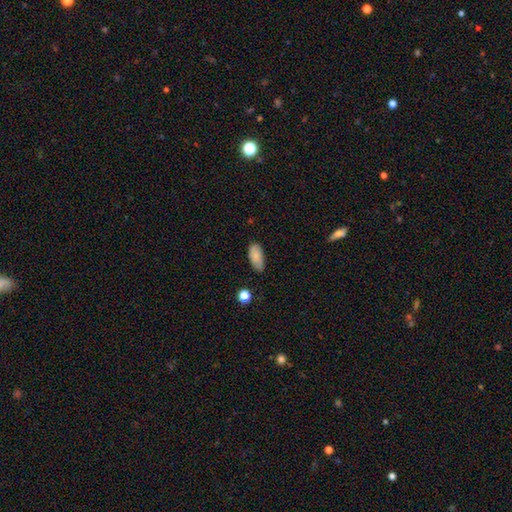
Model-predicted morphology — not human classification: Q: Smooth or featured?
A: smooth (82%); runner-up: featured or disk (10%)
Q: How rounded?
A: in between (91%); runner-up: cigar-shaped (6%)
Q: Merging?
A: none (69%); runner-up: minor disturbance (25%)